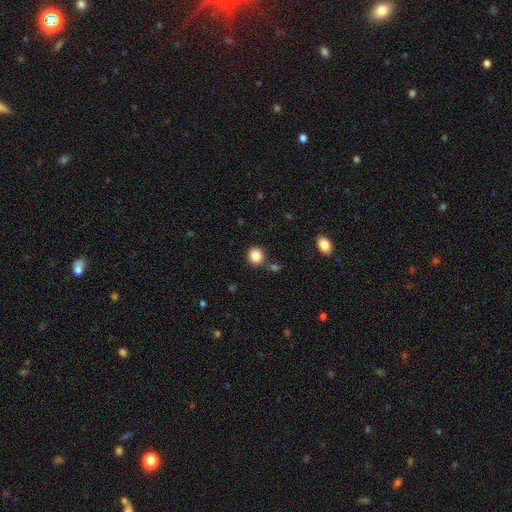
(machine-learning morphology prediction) A smooth galaxy with no disk features (86%) that is round (86%). Merging: none (80%).